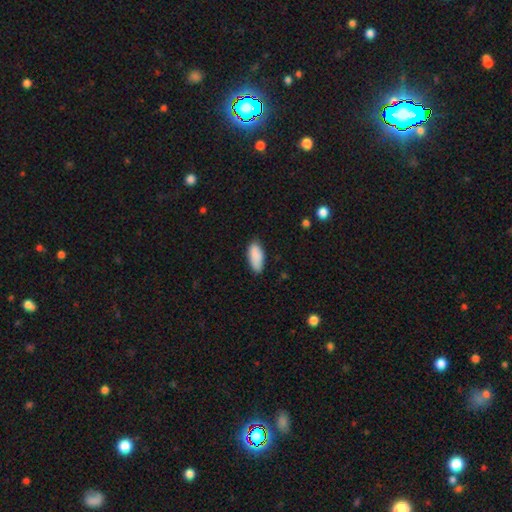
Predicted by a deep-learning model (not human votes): This appears to be a smooth galaxy with no disk features (88%) that is in between round and cigar-shaped (85%). Merging: none (77%).